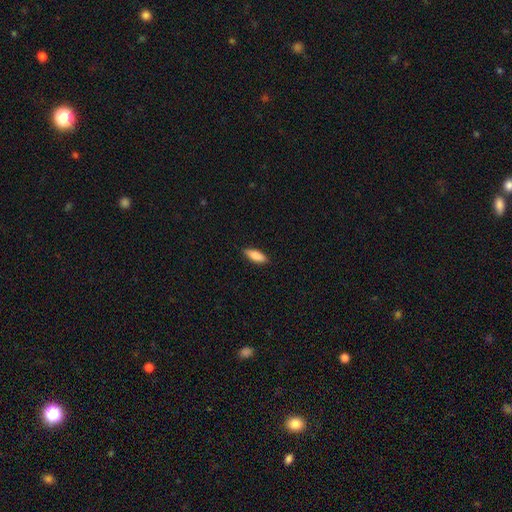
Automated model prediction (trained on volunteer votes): smooth_or_featured: smooth (p=0.85) [alt: featured or disk p=0.09]
how_rounded: in between (p=0.66) [alt: cigar-shaped p=0.32]
merging: none (p=0.87) [alt: minor disturbance p=0.10]